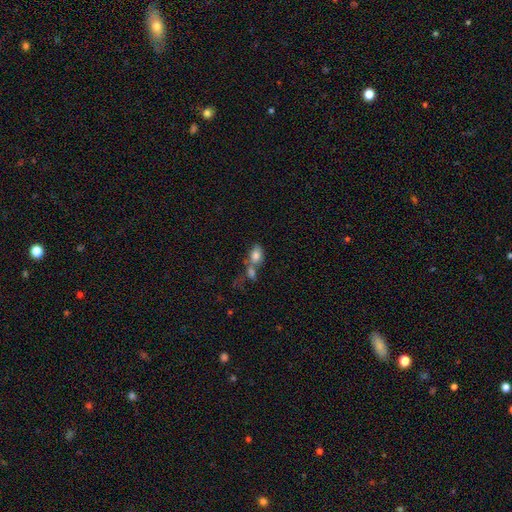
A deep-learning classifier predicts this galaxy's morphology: A smooth galaxy with no disk features (77%) that is in between round and cigar-shaped (86%). Merging: merger (50%).